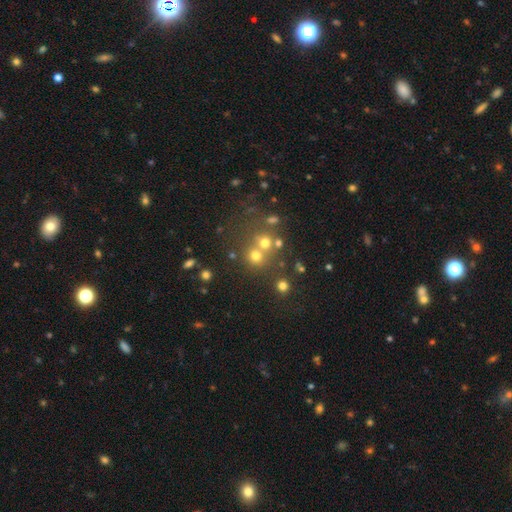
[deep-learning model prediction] smooth-or-featured: smooth: 67% | star or artifact: 21% | featured or disk: 12%
  how-rounded: round: 86% | in between: 13% | cigar-shaped: 1%
  merging: none: 56% | merger: 32% | minor disturbance: 8% | major disturbance: 4%